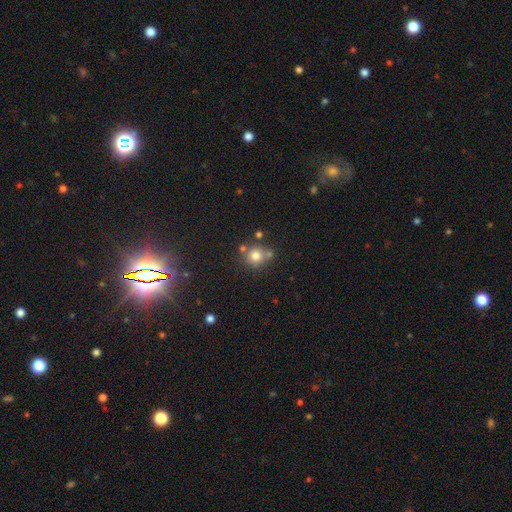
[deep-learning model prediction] A smooth galaxy with no disk features (76%) that is round (89%). Merging: none (66%).